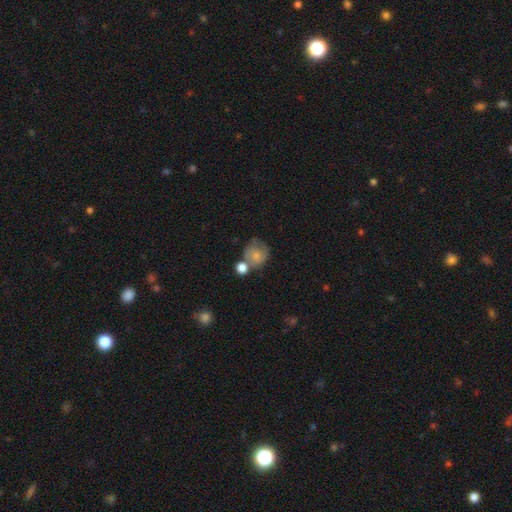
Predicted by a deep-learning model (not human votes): Overall: smooth (70%). How rounded: round (74%). Merging: none (41%; merger 27%).